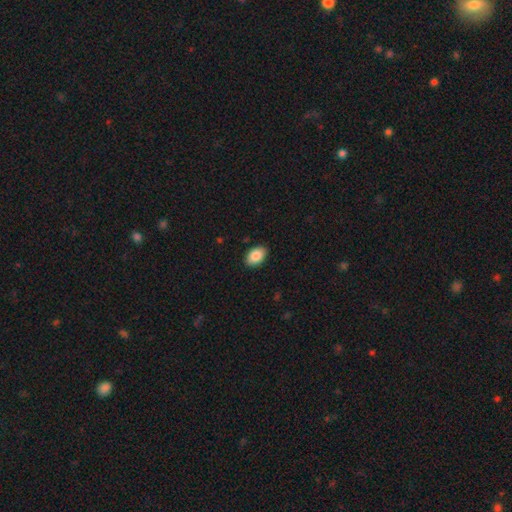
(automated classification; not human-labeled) A smooth galaxy with no disk features (87%) that is in between round and cigar-shaped (90%).

Vote fractions:
- Smooth or featured? smooth: 87% / star or artifact: 7% / featured or disk: 6%
- How rounded? in between: 90% / round: 9% / cigar-shaped: 1%
- Merging? none: 89% / minor disturbance: 8% / major disturbance: 2% / merger: 1%